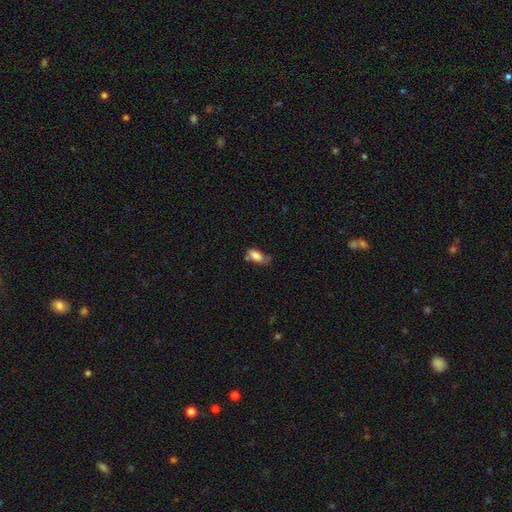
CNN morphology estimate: smooth-or-featured: smooth: 82% | featured or disk: 10% | star or artifact: 8%
  how-rounded: in between: 87% | cigar-shaped: 9% | round: 4%
  merging: none: 48% | minor disturbance: 33% | major disturbance: 11% | merger: 8%